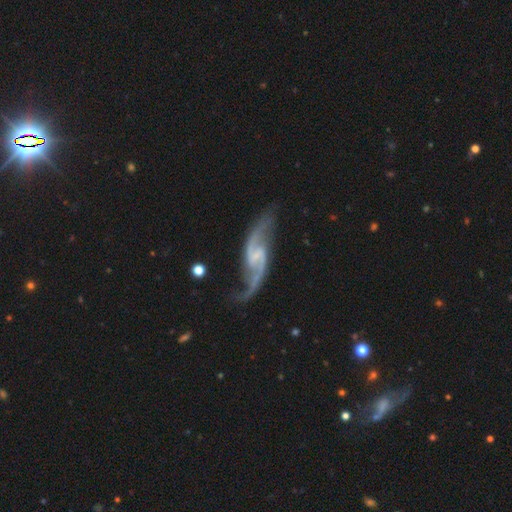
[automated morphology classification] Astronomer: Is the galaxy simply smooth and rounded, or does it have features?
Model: featured or disk — 92%.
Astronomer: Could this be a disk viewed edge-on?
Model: no — 95%.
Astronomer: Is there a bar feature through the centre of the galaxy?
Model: weak — 51%.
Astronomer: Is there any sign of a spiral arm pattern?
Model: yes — 97%.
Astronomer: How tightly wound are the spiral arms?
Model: loose — 74%.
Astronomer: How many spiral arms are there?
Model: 2 — 93%.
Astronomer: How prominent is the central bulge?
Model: small — 44% (runner-up: none, 41%).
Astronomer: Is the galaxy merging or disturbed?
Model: none — 73%.